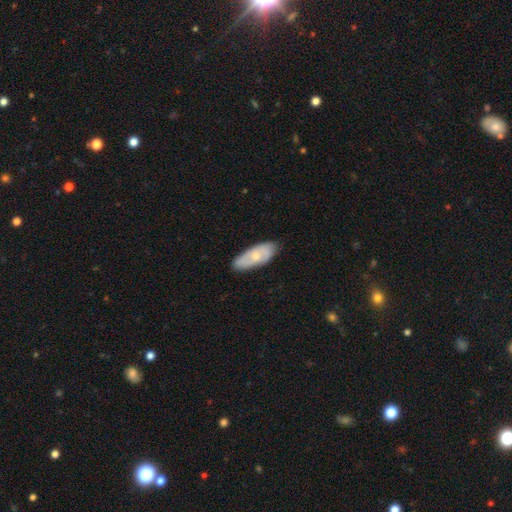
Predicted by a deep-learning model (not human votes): Smooth or featured: smooth — 58% (featured or disk — 36%)
How rounded: in between — 80% (cigar-shaped — 18%)
Merging: none — 80% (minor disturbance — 16%)